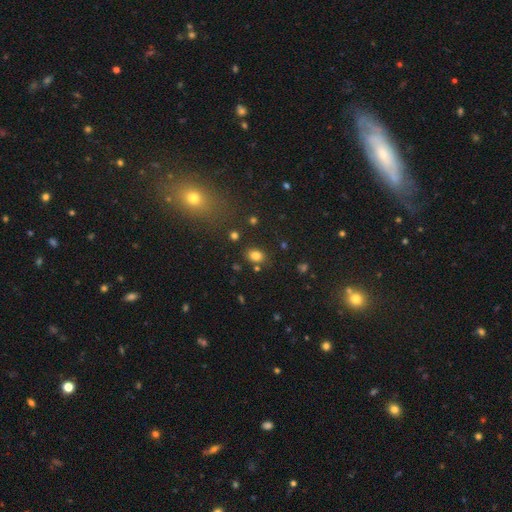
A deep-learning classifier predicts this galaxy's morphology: A smooth galaxy with no disk features (82%) that is in between round and cigar-shaped (71%).

Vote fractions:
- Smooth or featured? smooth: 82% / star or artifact: 12% / featured or disk: 6%
- How rounded? in between: 71% / round: 28% / cigar-shaped: 1%
- Merging? none: 81% / minor disturbance: 11% / merger: 5% / major disturbance: 3%